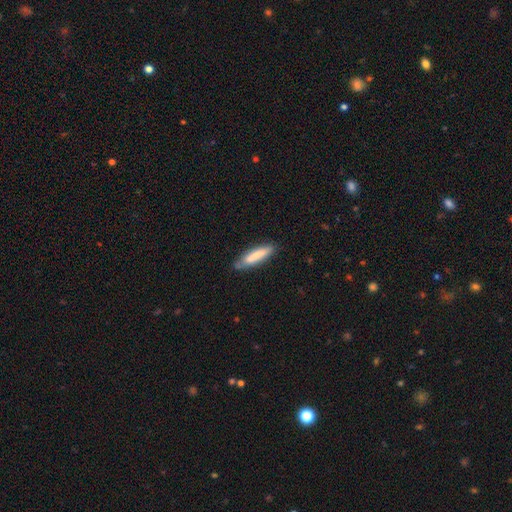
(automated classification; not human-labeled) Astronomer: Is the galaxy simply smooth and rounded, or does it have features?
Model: smooth — 78%.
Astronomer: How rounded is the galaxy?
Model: cigar-shaped — 73%.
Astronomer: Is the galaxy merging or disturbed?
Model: none — 73%.